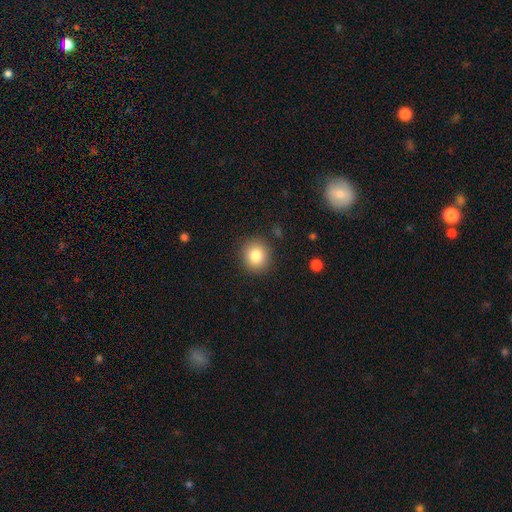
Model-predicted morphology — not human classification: A smooth galaxy with no disk features (83%) that is round (86%).

Vote fractions:
- Smooth or featured? smooth: 83% / star or artifact: 10% / featured or disk: 7%
- How rounded? round: 86% / in between: 13% / cigar-shaped: 1%
- Merging? none: 89% / minor disturbance: 7% / major disturbance: 3% / merger: 1%